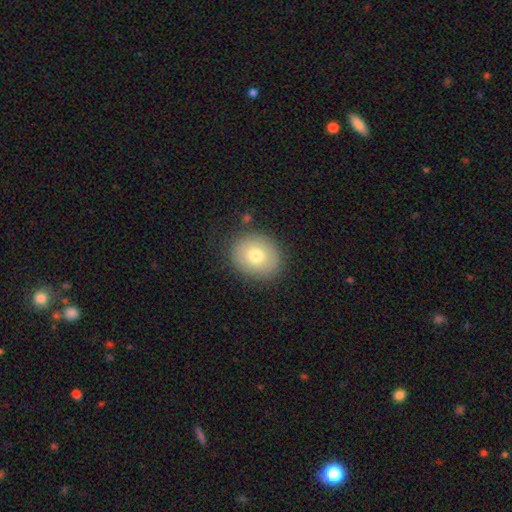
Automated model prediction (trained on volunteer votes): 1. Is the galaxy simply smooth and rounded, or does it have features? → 74% smooth, 17% featured or disk, 9% star or artifact.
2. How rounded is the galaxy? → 70% round, 29% in between, 1% cigar-shaped.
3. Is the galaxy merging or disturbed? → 85% none, 10% minor disturbance, 3% major disturbance, 2% merger.